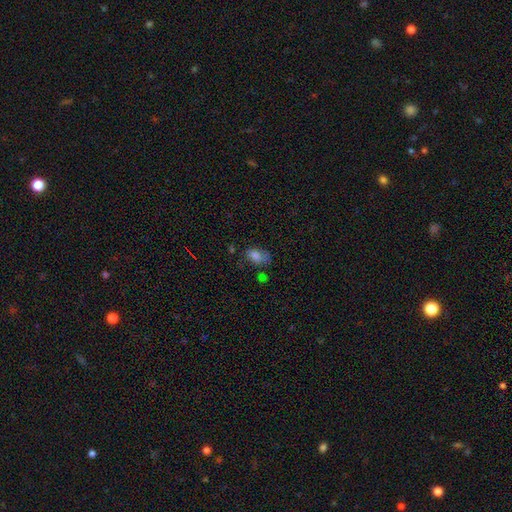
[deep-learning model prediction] Q: Smooth or featured?
A: smooth (74%); runner-up: star or artifact (15%)
Q: How rounded?
A: in between (85%); runner-up: round (13%)
Q: Merging?
A: none (46%); runner-up: minor disturbance (29%)